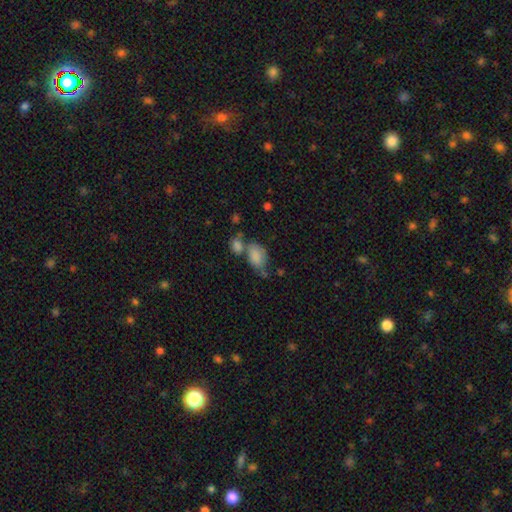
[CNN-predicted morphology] smooth-or-featured: smooth: 81% | featured or disk: 10% | star or artifact: 9%
  how-rounded: in between: 85% | round: 13% | cigar-shaped: 2%
  merging: merger: 40% | none: 32% | minor disturbance: 18% | major disturbance: 10%